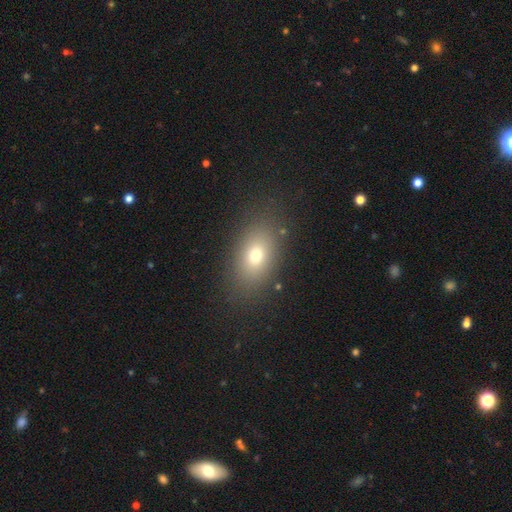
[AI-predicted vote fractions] Overall: smooth (72%). How rounded: in between (80%). Merging: none (84%).